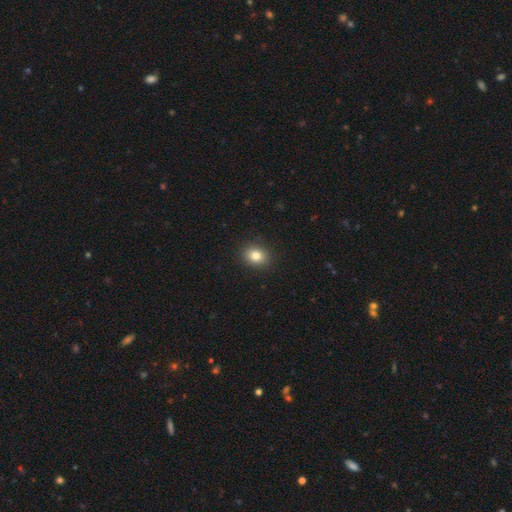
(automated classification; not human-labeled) Q: Smooth or featured?
A: smooth (83%); runner-up: star or artifact (10%)
Q: How rounded?
A: round (53%); runner-up: in between (46%)
Q: Merging?
A: none (90%); runner-up: minor disturbance (7%)